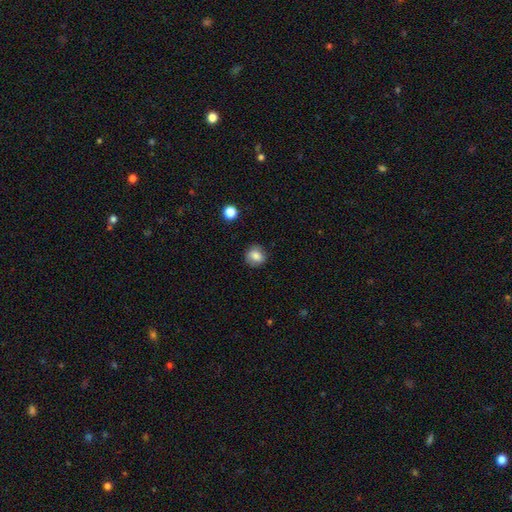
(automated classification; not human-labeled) Morphology: type=smooth (81%); roundness=round (78%); merging=none (84%).